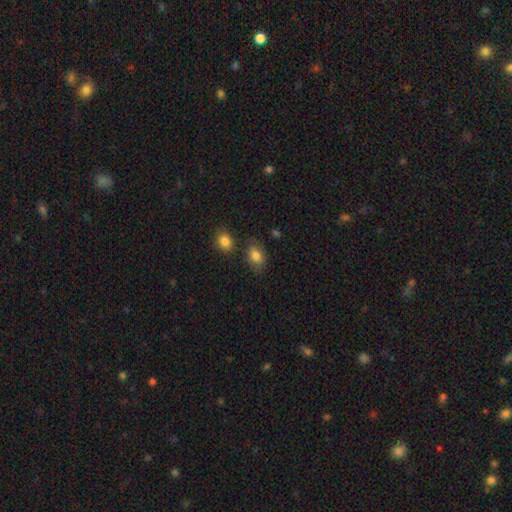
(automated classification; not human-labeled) The model was most divided on "merging": none: 74%, minor disturbance: 15%, merger: 7%, major disturbance: 4%. More confident: smooth or featured — smooth (82%); how rounded — in between (80%).